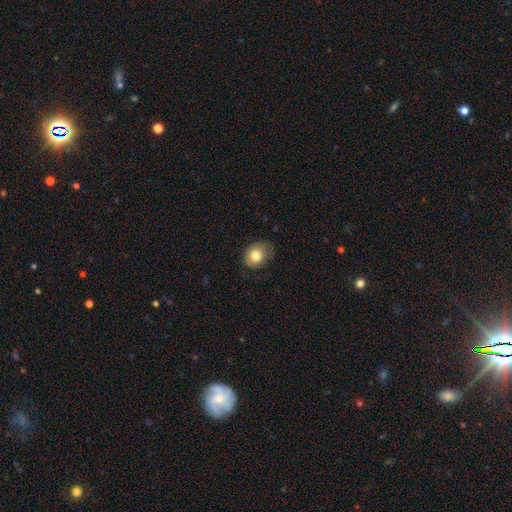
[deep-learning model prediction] Smooth or featured: smooth — 79% (featured or disk — 12%)
How rounded: in between — 57% (round — 42%)
Merging: none — 69% (minor disturbance — 24%)